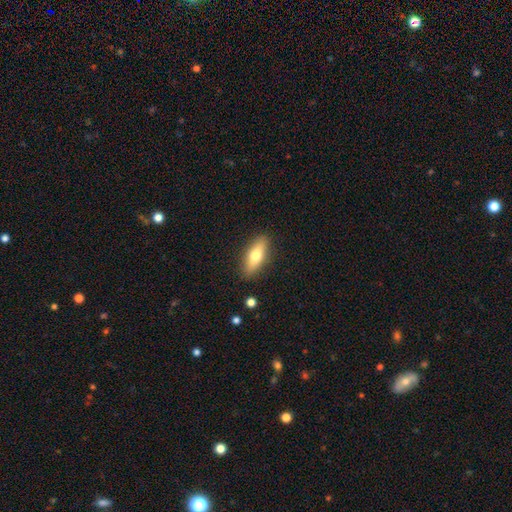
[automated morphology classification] This is likely a smooth galaxy (68%). How rounded: likely in between (63%). Merging: clearly none (87%).